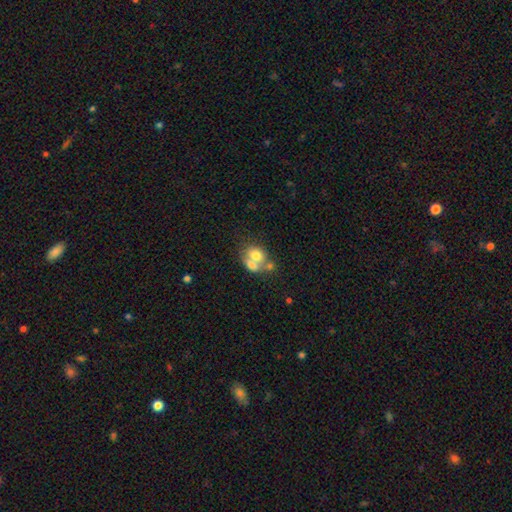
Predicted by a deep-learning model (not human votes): smooth-or-featured: smooth: 66% | featured or disk: 25% | star or artifact: 9%
  how-rounded: in between: 60% | round: 38% | cigar-shaped: 1%
  merging: merger: 64% | none: 23% | minor disturbance: 8% | major disturbance: 6%